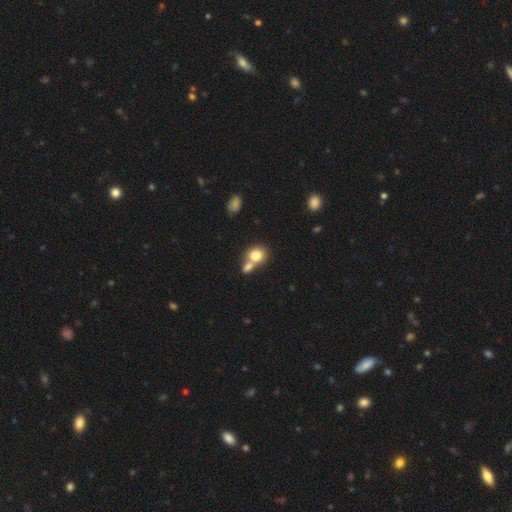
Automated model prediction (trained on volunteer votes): Smooth or featured?
  - smooth: 79% *
  - featured or disk: 12%
  - star or artifact: 10%
How rounded?
  - round: 71% *
  - in between: 28%
  - cigar-shaped: 1%
Merging?
  - merger: 53% *
  - none: 36%
  - minor disturbance: 7%
  - major disturbance: 3%